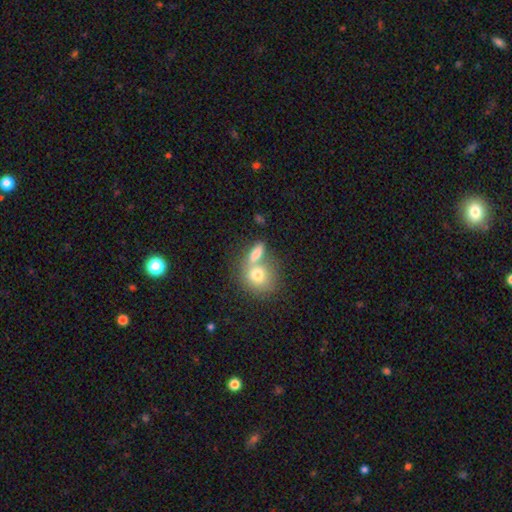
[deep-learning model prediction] This appears to be a smooth galaxy with no disk features (70%) that is round (50%). Merging: merger (53%).